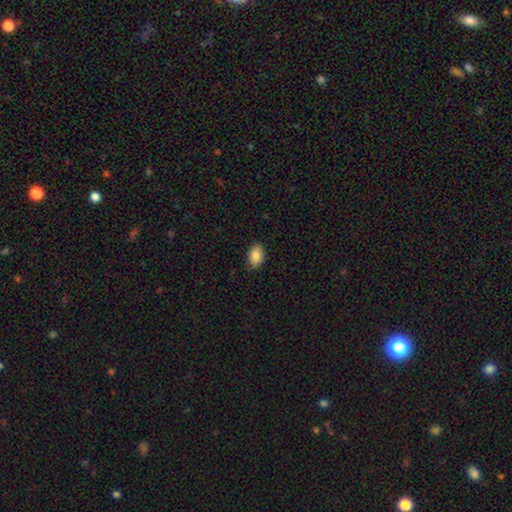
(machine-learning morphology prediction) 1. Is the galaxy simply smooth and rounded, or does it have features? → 86% smooth, 7% star or artifact, 6% featured or disk.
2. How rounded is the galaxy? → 88% in between, 10% round, 1% cigar-shaped.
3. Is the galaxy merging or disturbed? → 88% none, 9% minor disturbance, 2% major disturbance, 1% merger.